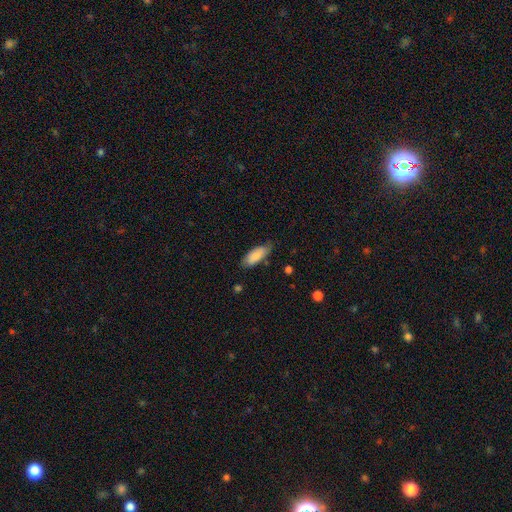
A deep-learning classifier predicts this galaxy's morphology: A smooth galaxy with no disk features (84%) that is in between round and cigar-shaped (78%). Merging: none (72%).